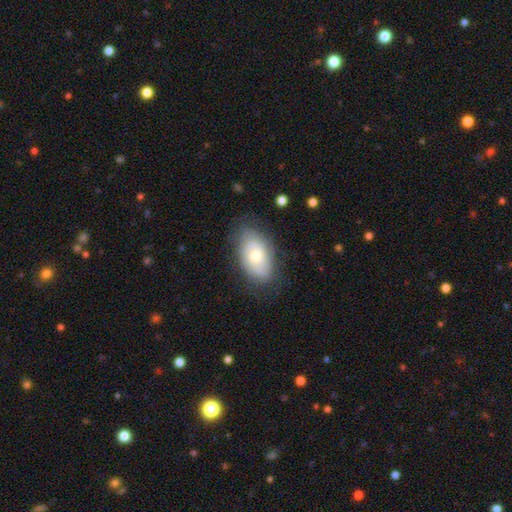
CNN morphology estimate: Smooth or featured? smooth (56%)
How rounded? in between (91%)
Merging? none (74%)